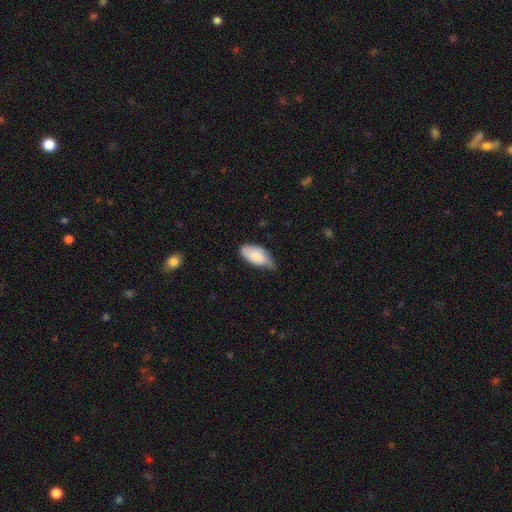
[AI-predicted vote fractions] Smooth or featured? Predicted: smooth (p=0.78). How rounded? Predicted: in between (p=0.92). Merging? Predicted: minor disturbance (p=0.50).